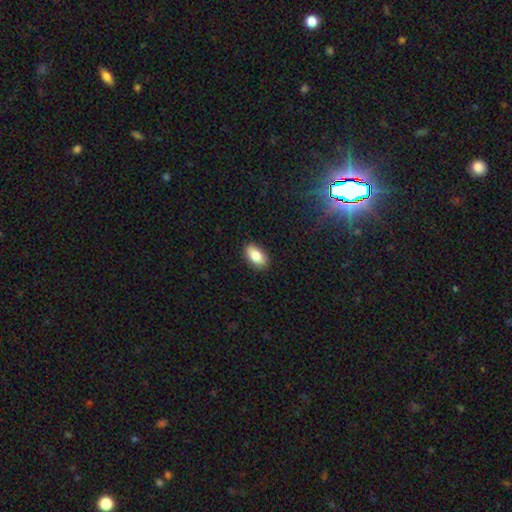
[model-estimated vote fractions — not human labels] smooth-or-featured: smooth: 83% | featured or disk: 10% | star or artifact: 7%
  how-rounded: in between: 92% | round: 4% | cigar-shaped: 4%
  merging: none: 89% | minor disturbance: 8% | major disturbance: 2% | merger: 1%